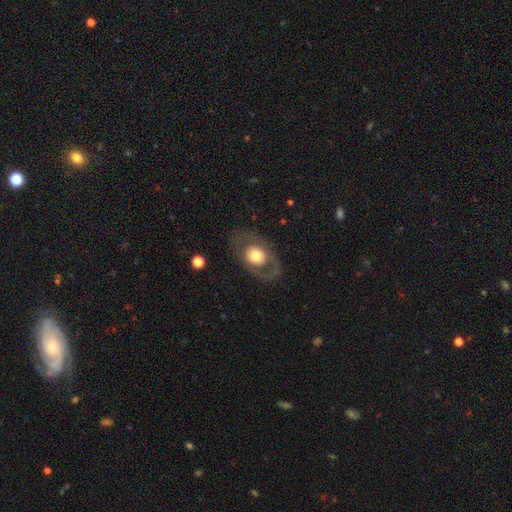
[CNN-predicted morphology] type=smooth (48%); merging=none (79%).